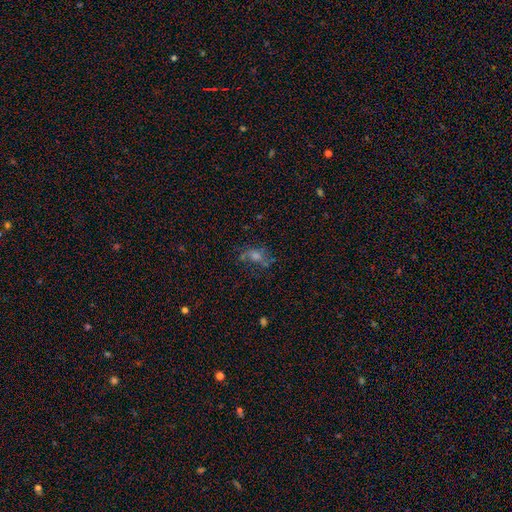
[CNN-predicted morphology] This is marginally a featured or disk galaxy (37%). Merging: likely none (64%).